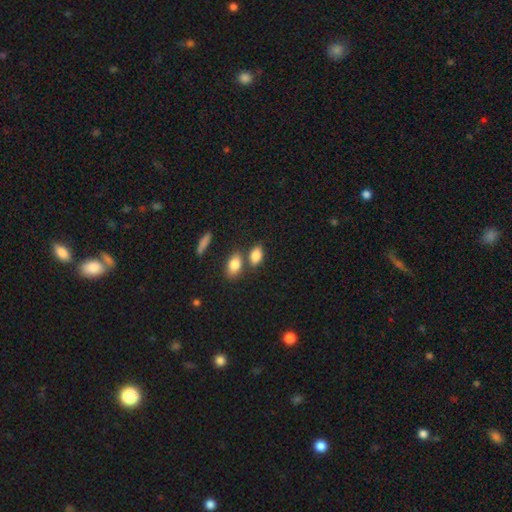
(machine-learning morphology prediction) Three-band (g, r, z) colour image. It shows a smooth galaxy with no disk features (84%) that is in between round and cigar-shaped (84%). Merging: none (58%).